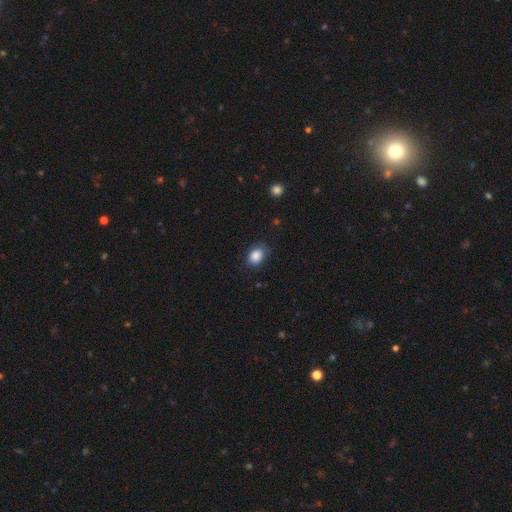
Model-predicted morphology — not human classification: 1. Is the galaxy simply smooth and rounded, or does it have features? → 87% smooth, 9% star or artifact, 5% featured or disk.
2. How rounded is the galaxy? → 66% in between, 33% round, 1% cigar-shaped.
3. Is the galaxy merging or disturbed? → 78% none, 17% minor disturbance, 4% major disturbance, 1% merger.